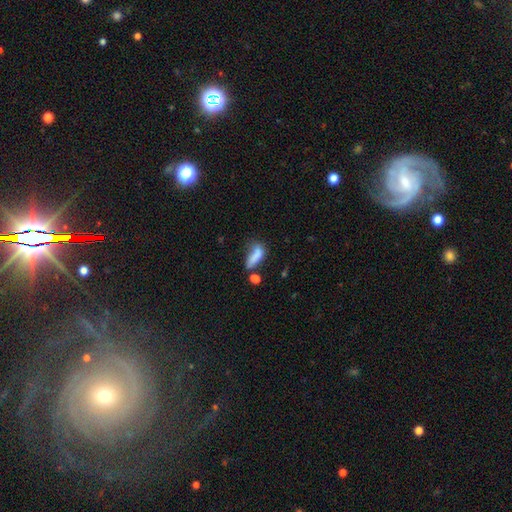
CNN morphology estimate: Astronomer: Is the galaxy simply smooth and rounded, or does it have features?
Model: smooth — 75%.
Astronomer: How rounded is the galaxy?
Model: in between — 66%.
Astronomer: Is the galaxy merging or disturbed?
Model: none — 32% (runner-up: minor disturbance, 25%).